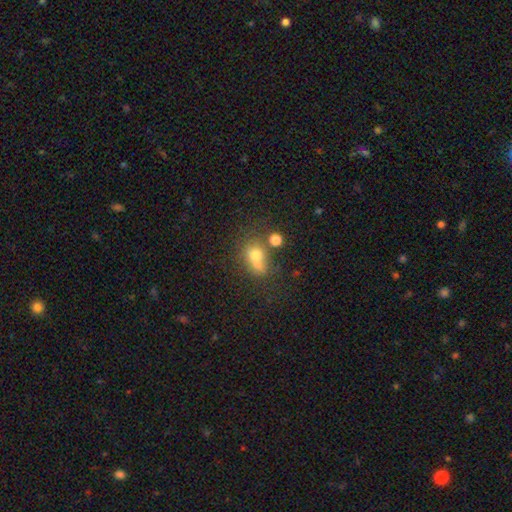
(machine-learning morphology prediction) smooth 64%, featured or disk 19%, star or artifact 17%. Down the decision tree: how rounded — in between (49%); merging — none (35%).